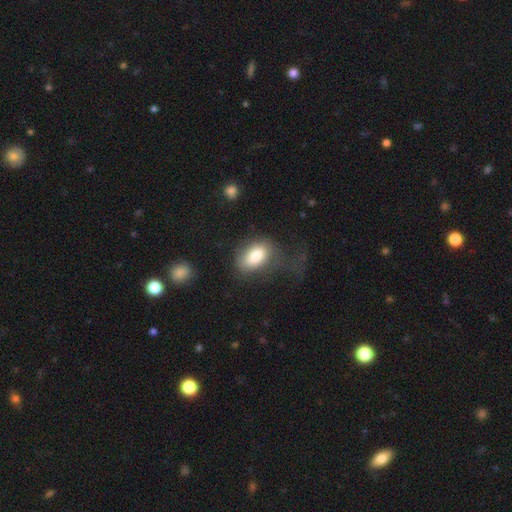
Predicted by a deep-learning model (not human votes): smooth-or-featured: smooth: 80% | featured or disk: 12% | star or artifact: 7%
  how-rounded: in between: 91% | round: 7% | cigar-shaped: 2%
  merging: none: 43% | major disturbance: 31% | minor disturbance: 23% | merger: 3%